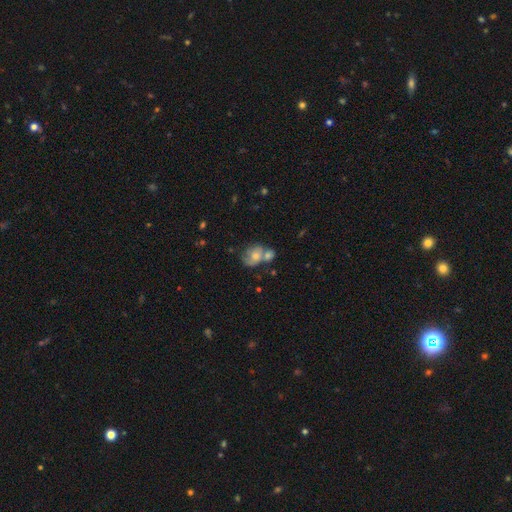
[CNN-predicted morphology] Smooth or featured? Predicted: smooth (p=0.55). How rounded? Predicted: in between (p=0.55). Merging? Predicted: merger (p=0.49).